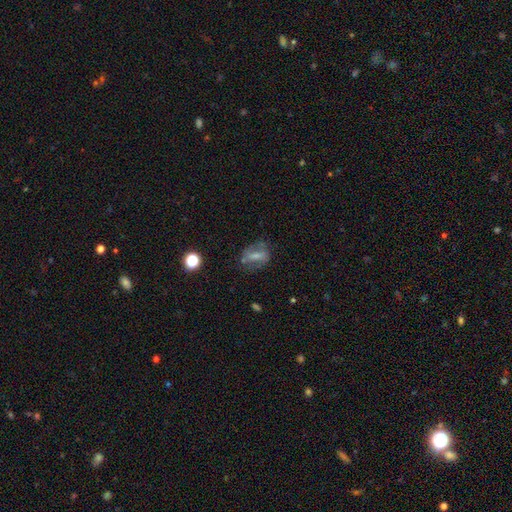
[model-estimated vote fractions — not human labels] smooth-or-featured: featured or disk: 46% | smooth: 44% | star or artifact: 11%
  merging: none: 61% | minor disturbance: 22% | major disturbance: 14% | merger: 3%